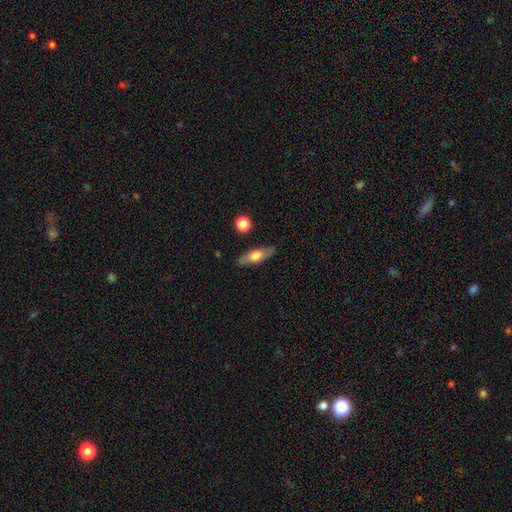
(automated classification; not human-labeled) smooth_or_featured: smooth (p=0.53) [alt: featured or disk p=0.41]
how_rounded: in between (p=0.50) [alt: cigar-shaped p=0.46]
merging: none (p=0.85) [alt: minor disturbance p=0.11]